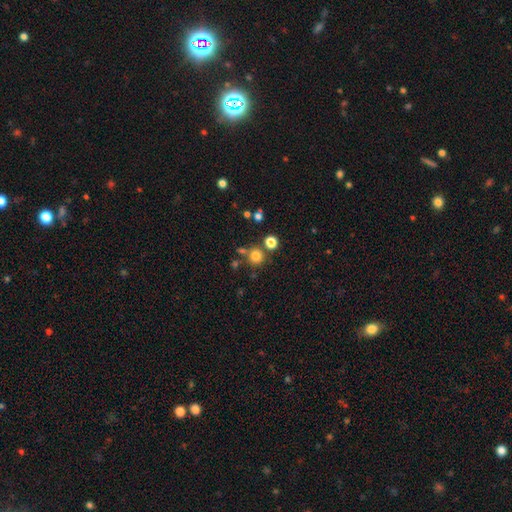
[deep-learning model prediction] smooth_or_featured: smooth (p=0.78) [alt: star or artifact p=0.16]
how_rounded: round (p=0.92) [alt: in between p=0.07]
merging: none (p=0.75) [alt: merger p=0.13]